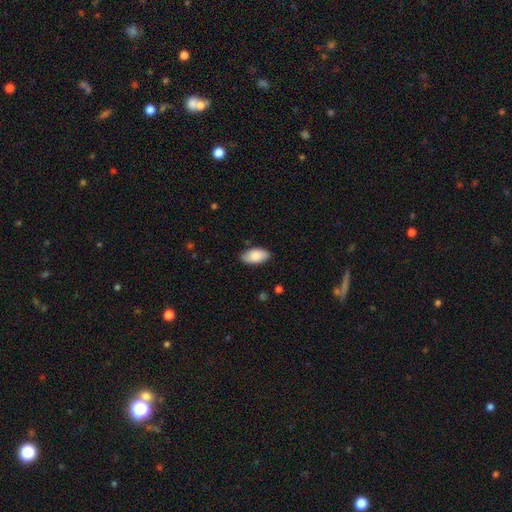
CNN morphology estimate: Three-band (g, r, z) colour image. It shows a smooth galaxy with no disk features (87%) that is in between round and cigar-shaped (95%). Merging: none (84%).